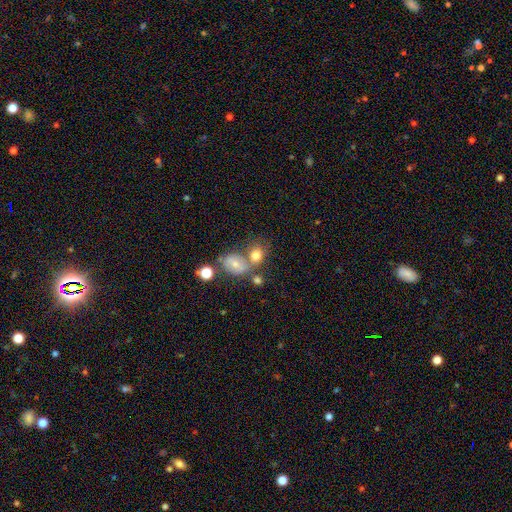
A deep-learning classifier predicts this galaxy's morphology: smooth 71%, featured or disk 17%, star or artifact 12%. Down the decision tree: how rounded — round (53%); merging — none (45%).